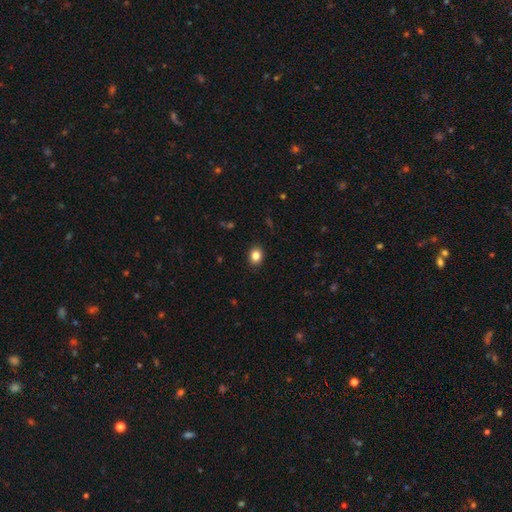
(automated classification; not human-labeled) Morphology: type=smooth (84%); roundness=round (55%); merging=none (90%).